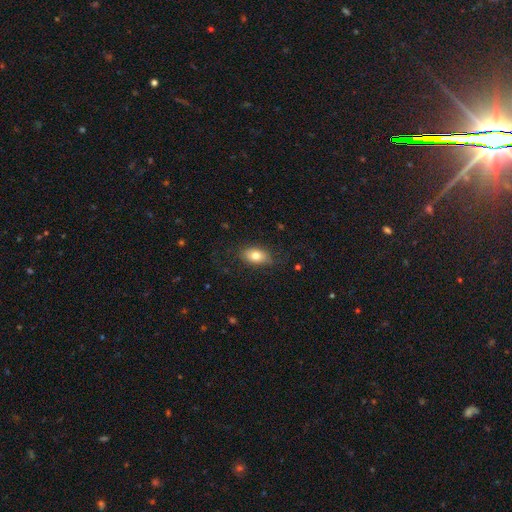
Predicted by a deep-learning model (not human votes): smooth-or-featured: smooth: 78% | featured or disk: 14% | star or artifact: 8%
  how-rounded: in between: 88% | round: 8% | cigar-shaped: 4%
  merging: none: 82% | minor disturbance: 13% | major disturbance: 4% | merger: 1%